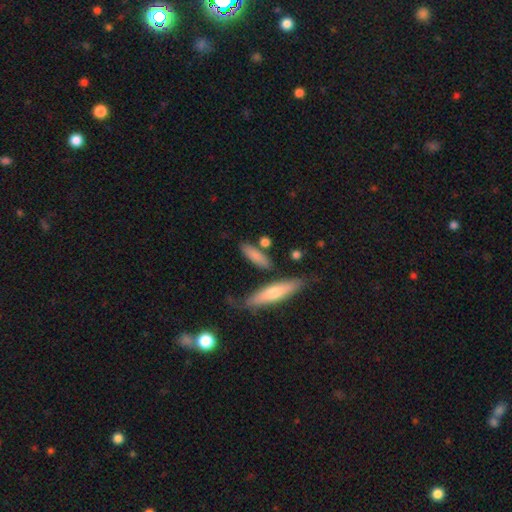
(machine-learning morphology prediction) This is likely a smooth galaxy (79%). How rounded: possibly cigar-shaped (56%). Merging: likely none (72%).